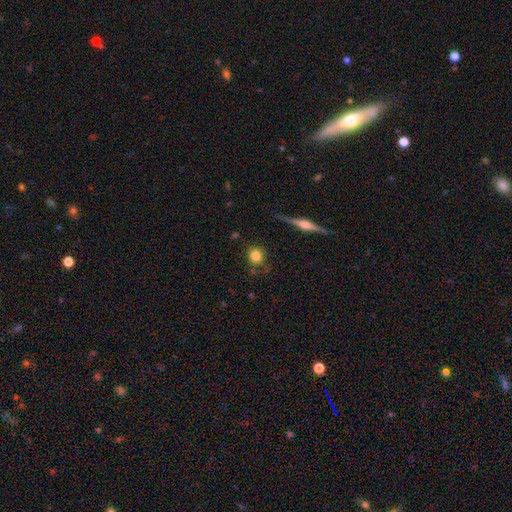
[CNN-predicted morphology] Smooth or featured: smooth — 81% (featured or disk — 10%)
How rounded: round — 85% (in between — 13%)
Merging: none — 79% (minor disturbance — 13%)